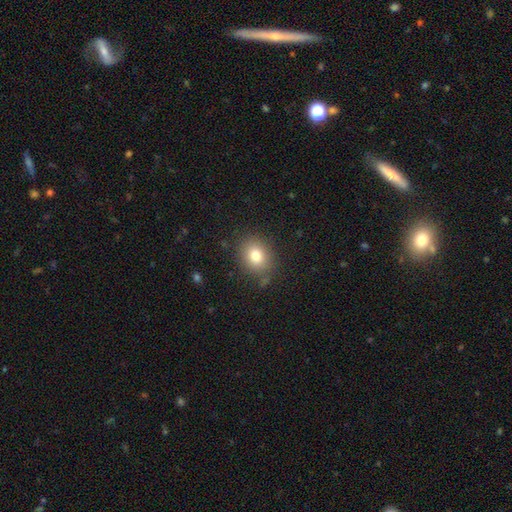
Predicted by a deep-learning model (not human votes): The model was most divided on "how rounded": round: 64%, in between: 35%, cigar-shaped: 1%. More confident: merging — none (83%); smooth or featured — smooth (78%).